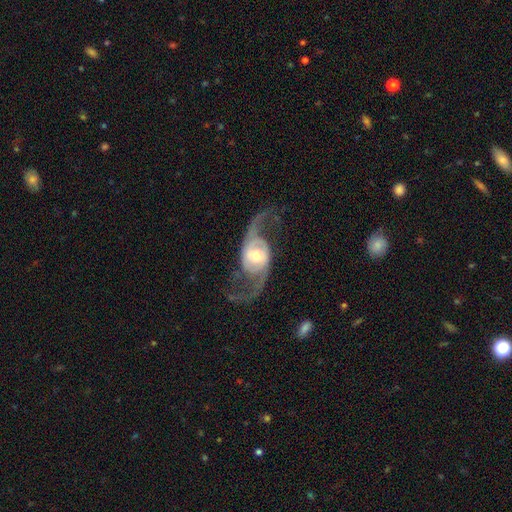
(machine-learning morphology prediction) type=featured or disk (89%); edge-on=no (96%); bar=no (47%); spiral arms=yes (96%); winding=loose (69%); arm count=2 (94%); bulge=moderate (62%); merging=none (72%).